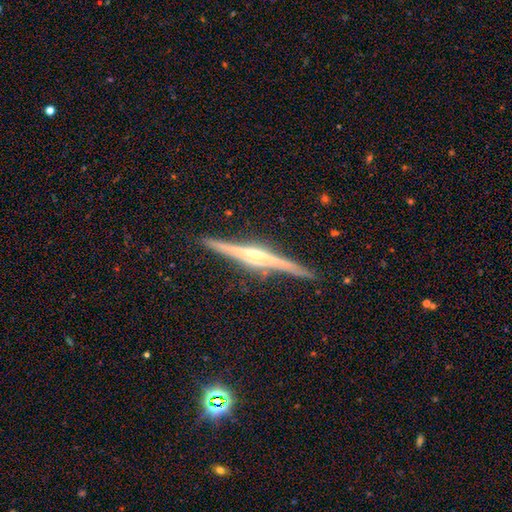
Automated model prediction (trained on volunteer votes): The model was most divided on "edge-on bulge": rounded: 73%, none: 14%, boxy: 13%. More confident: edge-on disk — yes (98%); merging — none (91%); smooth or featured — featured or disk (86%).